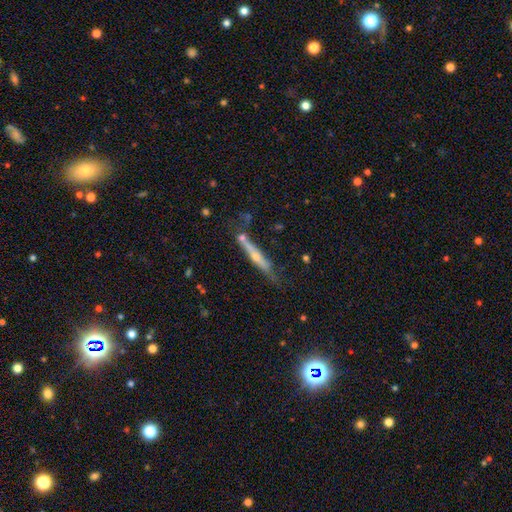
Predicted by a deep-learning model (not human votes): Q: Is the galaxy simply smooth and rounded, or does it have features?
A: featured or disk — 59%.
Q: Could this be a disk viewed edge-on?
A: yes — 91%.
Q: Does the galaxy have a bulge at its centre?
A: rounded — 70%.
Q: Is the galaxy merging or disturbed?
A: none — 60%.